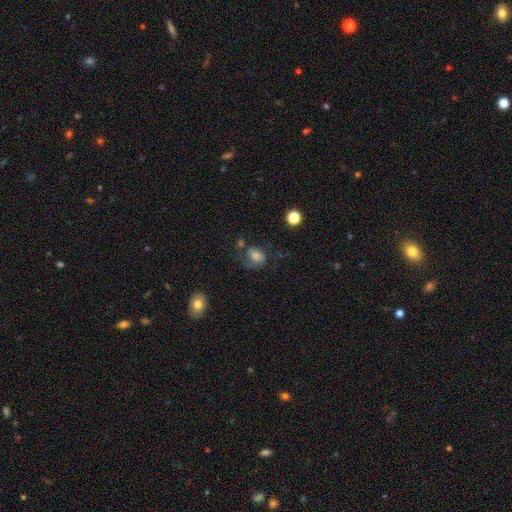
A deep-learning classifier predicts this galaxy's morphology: Q: Smooth or featured?
A: smooth (53%); runner-up: featured or disk (32%)
Q: How rounded?
A: in between (55%); runner-up: round (44%)
Q: Merging?
A: none (46%); runner-up: major disturbance (23%)